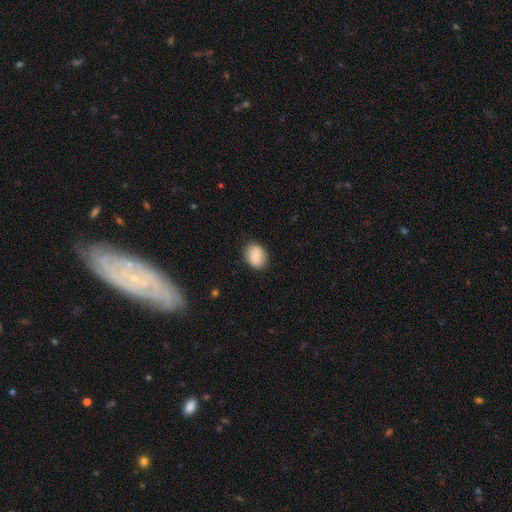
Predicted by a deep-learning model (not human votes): Q: Smooth or featured?
A: smooth (85%); runner-up: featured or disk (8%)
Q: How rounded?
A: in between (60%); runner-up: round (39%)
Q: Merging?
A: none (86%); runner-up: minor disturbance (10%)